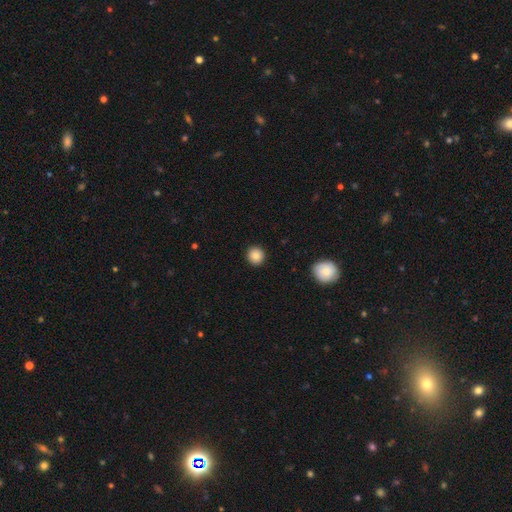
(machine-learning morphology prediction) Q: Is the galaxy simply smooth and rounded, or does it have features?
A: smooth — 86%.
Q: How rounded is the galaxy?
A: round — 93%.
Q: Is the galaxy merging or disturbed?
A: none — 92%.